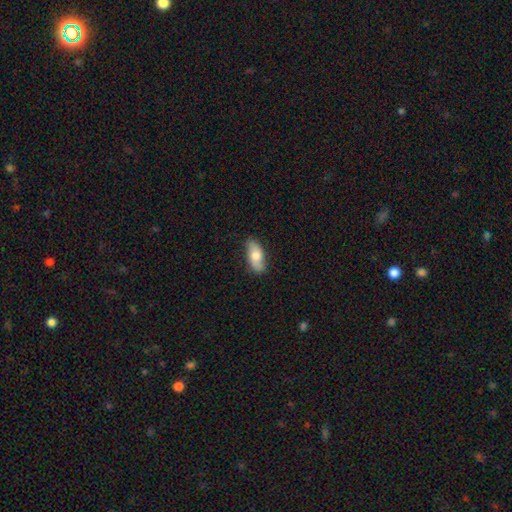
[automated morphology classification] A smooth galaxy with no disk features (63%) that is in between round and cigar-shaped (85%). Merging: none (82%).